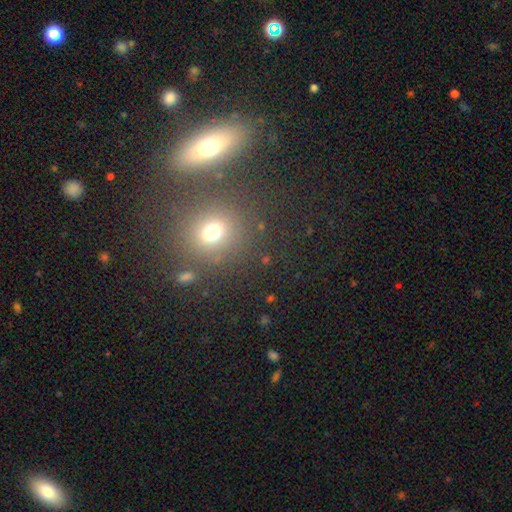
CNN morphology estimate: A smooth galaxy with no disk features (58%) that is round (69%). Merging: none (66%).